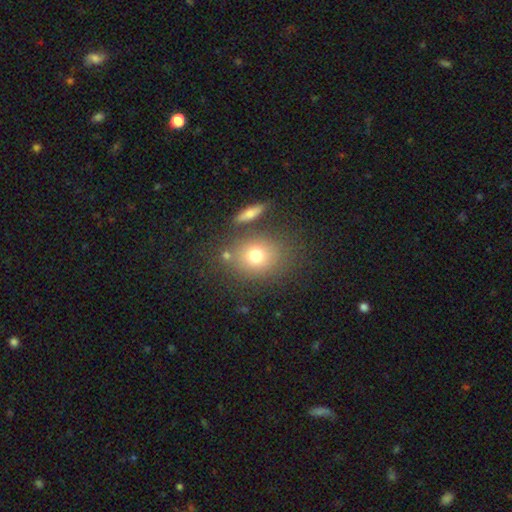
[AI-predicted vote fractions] This appears to be a smooth galaxy with no disk features (73%) that is round (61%). Merging: none (74%).